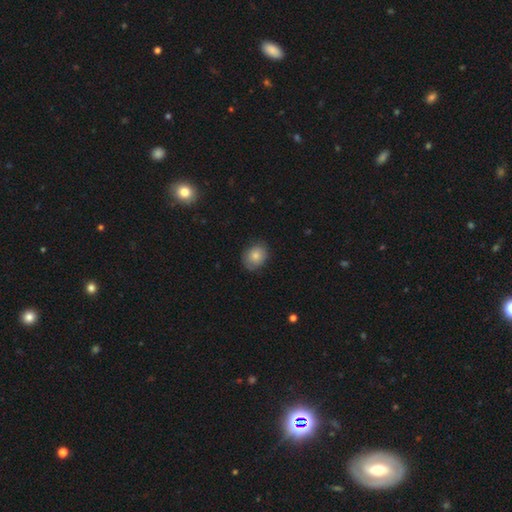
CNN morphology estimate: smooth_or_featured: smooth (p=0.81) [alt: featured or disk p=0.11]
how_rounded: round (p=0.59) [alt: in between p=0.40]
merging: none (p=0.79) [alt: minor disturbance p=0.16]